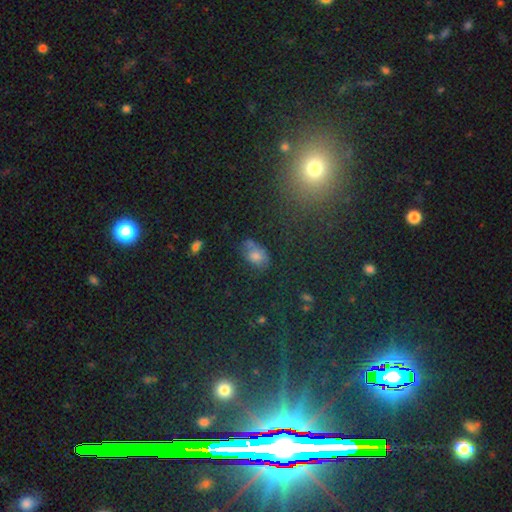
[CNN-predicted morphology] Smooth or featured? smooth (61%)
How rounded? in between (70%)
Merging? none (67%)